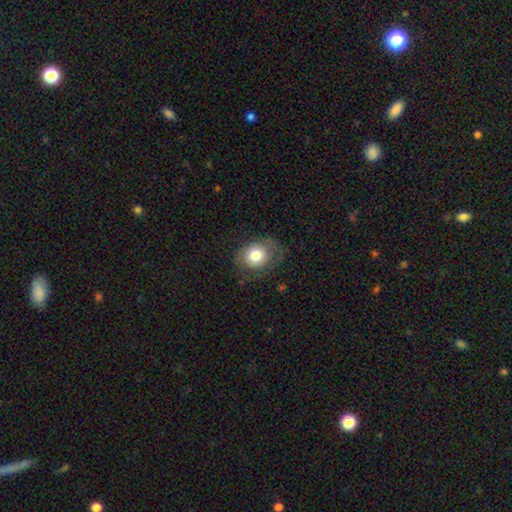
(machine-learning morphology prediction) A smooth galaxy with no disk features (76%) that is round (62%). Merging: none (67%).